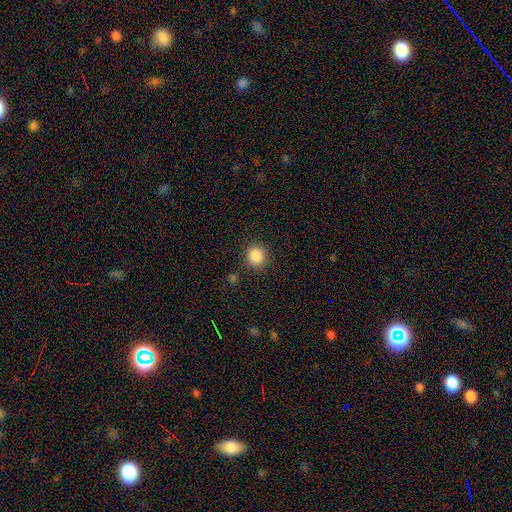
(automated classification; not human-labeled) Q: Smooth or featured?
A: smooth (87%); runner-up: star or artifact (10%)
Q: How rounded?
A: round (86%); runner-up: in between (13%)
Q: Merging?
A: none (86%); runner-up: minor disturbance (9%)